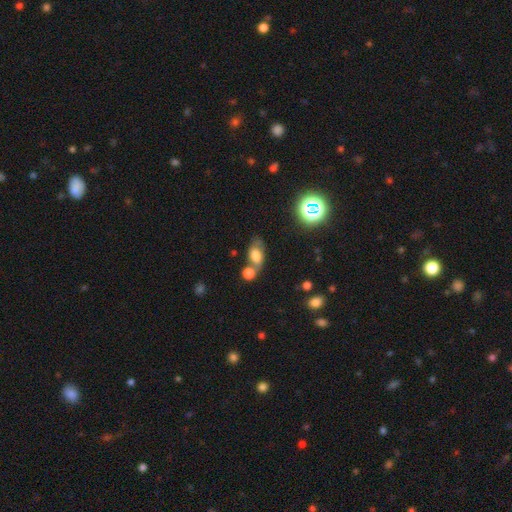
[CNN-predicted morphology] Q: Smooth or featured?
A: smooth (64%); runner-up: featured or disk (22%)
Q: How rounded?
A: in between (83%); runner-up: round (13%)
Q: Merging?
A: none (41%); runner-up: merger (36%)